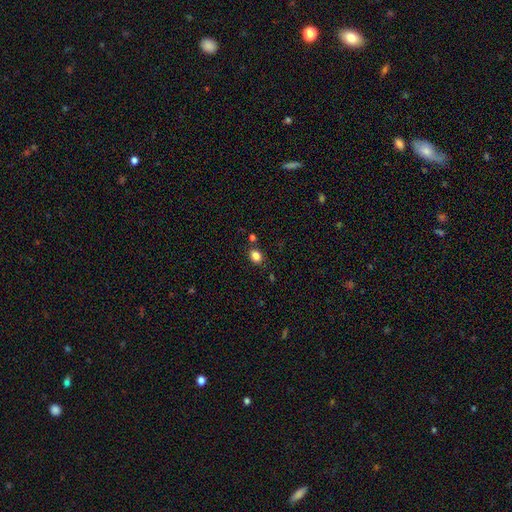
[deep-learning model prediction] Q: Smooth or featured?
A: smooth (84%); runner-up: star or artifact (11%)
Q: How rounded?
A: in between (57%); runner-up: round (42%)
Q: Merging?
A: none (80%); runner-up: minor disturbance (10%)